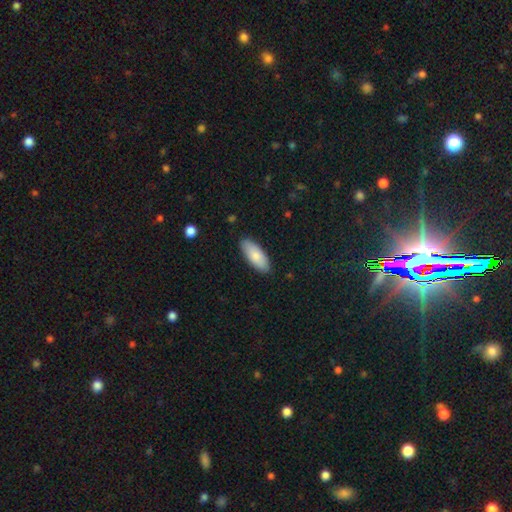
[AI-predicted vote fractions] Q: Smooth or featured?
A: smooth (82%); runner-up: featured or disk (12%)
Q: How rounded?
A: in between (83%); runner-up: cigar-shaped (16%)
Q: Merging?
A: none (87%); runner-up: minor disturbance (10%)